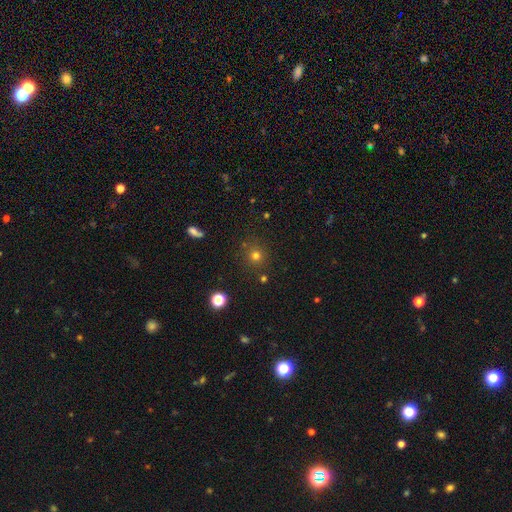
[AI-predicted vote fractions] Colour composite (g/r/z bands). It shows a smooth galaxy with no disk features (73%) that is round (92%). Merging: none (84%).